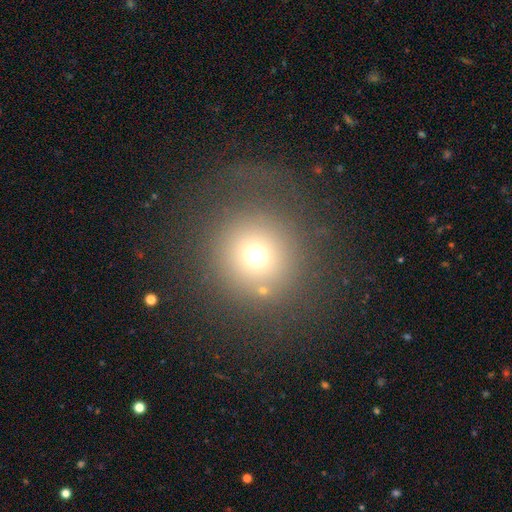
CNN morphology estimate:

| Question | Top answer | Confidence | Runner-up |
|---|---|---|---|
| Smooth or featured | smooth | 68% | star or artifact (19%) |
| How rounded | round | 94% | in between (5%) |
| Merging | none | 71% | major disturbance (14%) |